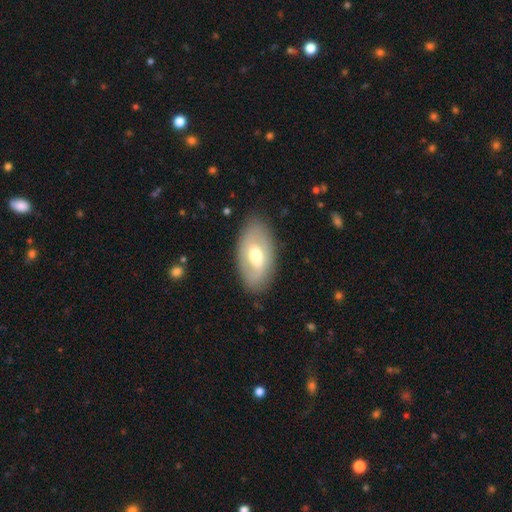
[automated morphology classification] The model was most divided on "smooth or featured": smooth: 48%, featured or disk: 46%, star or artifact: 6%. More confident: merging — none (82%).